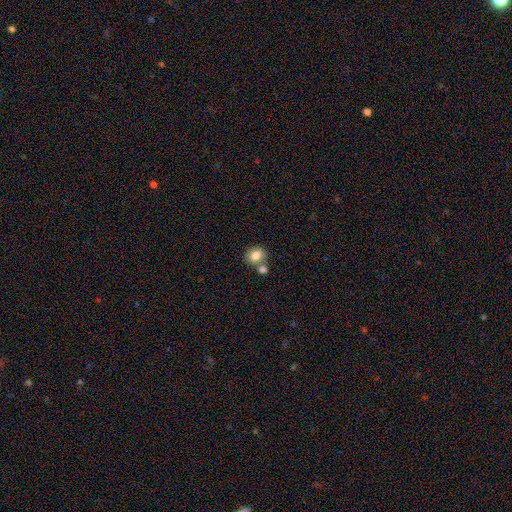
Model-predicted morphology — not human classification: This appears to be a smooth galaxy with no disk features (82%) that is round (61%). Merging: none (56%).